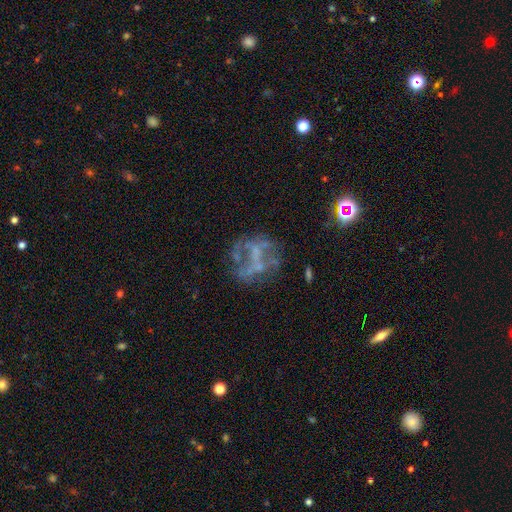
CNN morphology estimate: Smooth or featured? featured or disk (64%)
Edge-on disk? no (97%)
Bar? no (70%)
Spiral arms? no (78%)
Bulge size? none (68%)
Merging? none (57%)